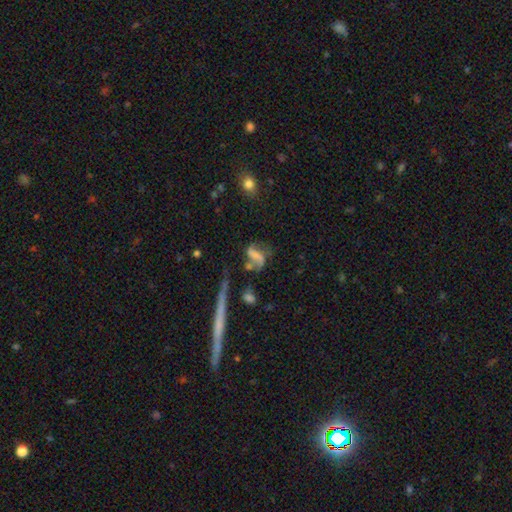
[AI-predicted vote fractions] Overall: featured or disk (54%; smooth 33%). Edge-on disk: no (94%). Bar: no (44%; weak 30%). Spiral arms: yes (73%). Bulge size: none (66%). Merging: none (37%; major disturbance 27%).